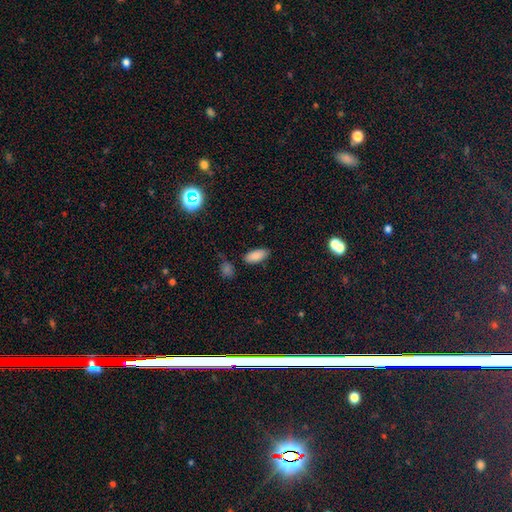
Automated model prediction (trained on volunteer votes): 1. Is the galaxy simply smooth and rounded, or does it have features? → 86% smooth, 8% star or artifact, 6% featured or disk.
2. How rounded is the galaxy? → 90% in between, 8% cigar-shaped, 2% round.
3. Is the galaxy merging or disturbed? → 79% none, 14% minor disturbance, 3% merger, 3% major disturbance.